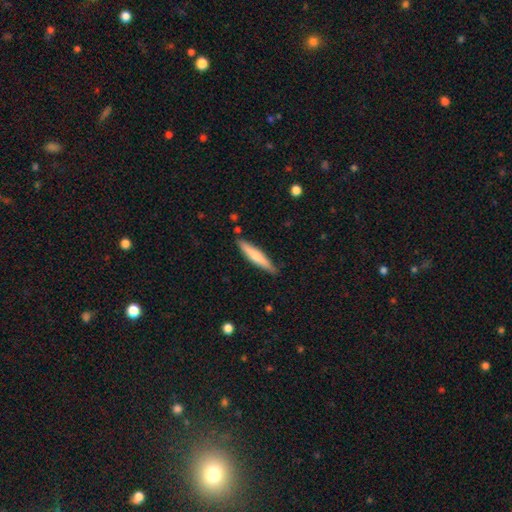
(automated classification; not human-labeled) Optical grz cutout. It shows a smooth galaxy with no disk features (65%) that is cigar-shaped (89%). Merging: none (85%).